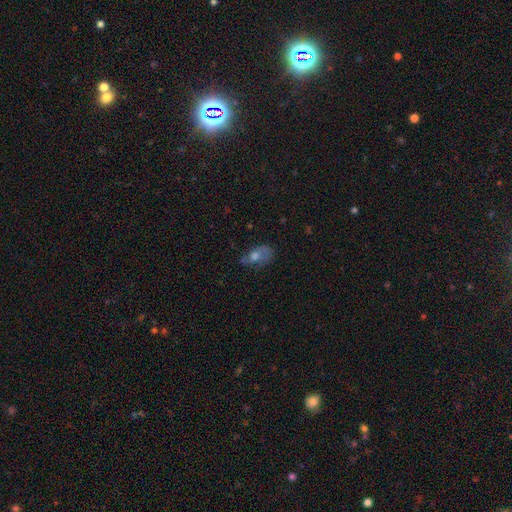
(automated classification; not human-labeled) smooth 48%, featured or disk 38%, star or artifact 14%. Down the decision tree: merging — none (47%).